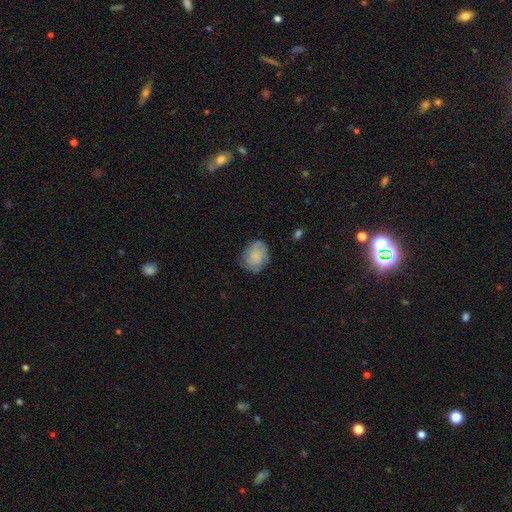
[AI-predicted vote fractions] This is likely a smooth galaxy (66%). How rounded: possibly round (53%). Merging: likely none (64%).